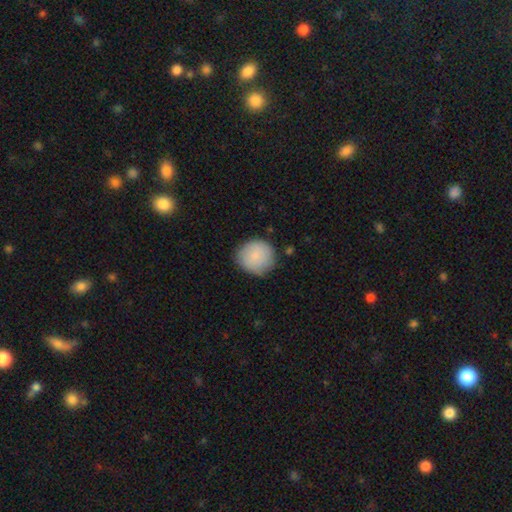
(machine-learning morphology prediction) smooth-or-featured: smooth: 85% | featured or disk: 9% | star or artifact: 6%
  how-rounded: round: 90% | in between: 9% | cigar-shaped: 1%
  merging: none: 76% | minor disturbance: 18% | major disturbance: 4% | merger: 2%